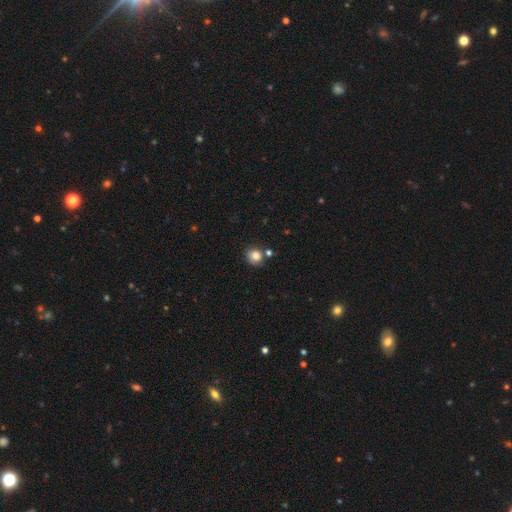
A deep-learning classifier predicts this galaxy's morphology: smooth-or-featured: smooth: 82% | star or artifact: 11% | featured or disk: 7%
  how-rounded: round: 80% | in between: 19% | cigar-shaped: 1%
  merging: none: 72% | minor disturbance: 14% | merger: 11% | major disturbance: 3%